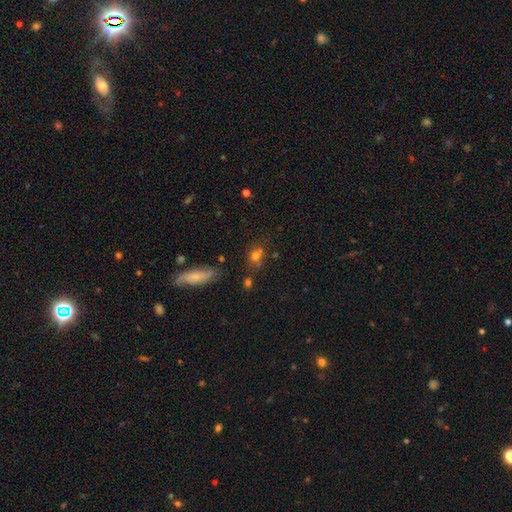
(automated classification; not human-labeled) The model was most divided on "how rounded": round: 54%, in between: 42%, cigar-shaped: 3%. More confident: smooth or featured — smooth (72%); merging — none (59%).